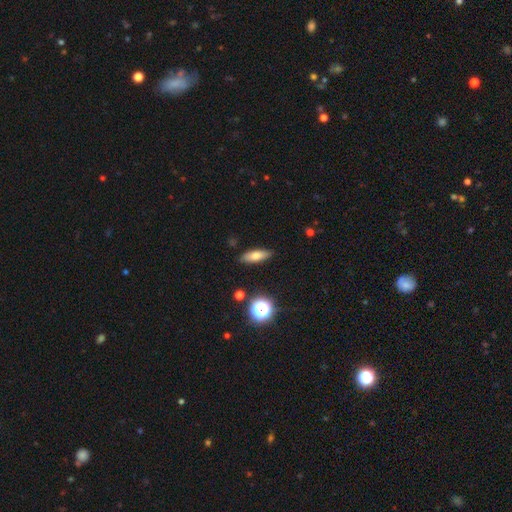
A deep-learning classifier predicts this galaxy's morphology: Overall: smooth (71%). How rounded: in between (53%; cigar-shaped 42%). Merging: none (88%).